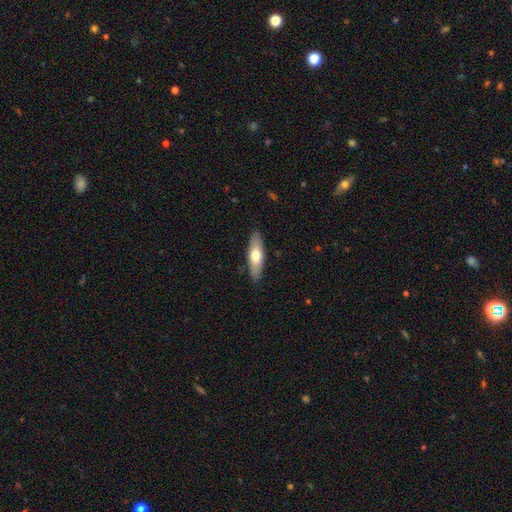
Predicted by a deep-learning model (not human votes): Smooth or featured? Predicted: smooth (p=0.63). How rounded? Predicted: in between (p=0.53). Merging? Predicted: none (p=0.88).